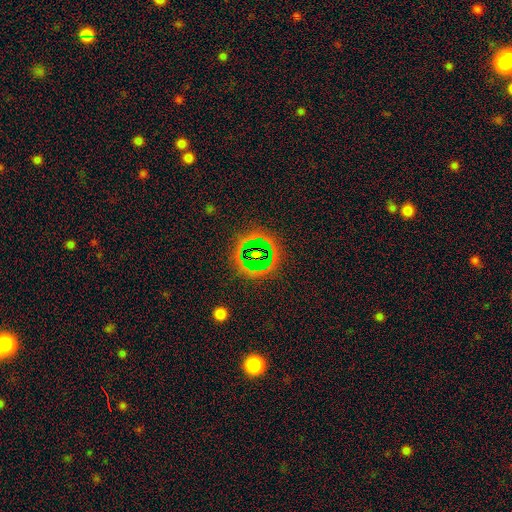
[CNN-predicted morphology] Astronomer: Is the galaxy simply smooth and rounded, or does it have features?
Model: star or artifact — 69%.